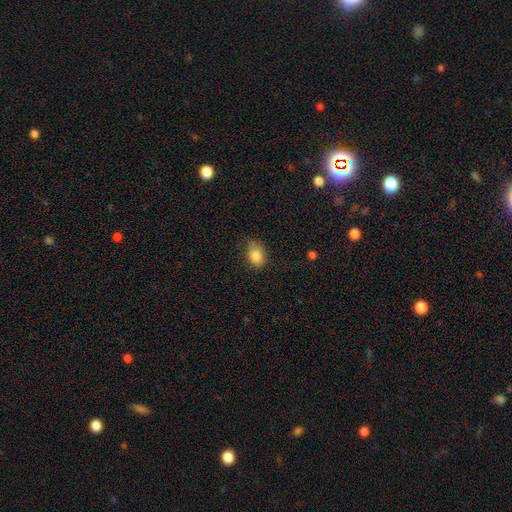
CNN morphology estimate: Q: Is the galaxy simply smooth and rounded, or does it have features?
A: smooth — 84%.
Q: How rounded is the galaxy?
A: in between — 75%.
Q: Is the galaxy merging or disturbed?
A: none — 69%.